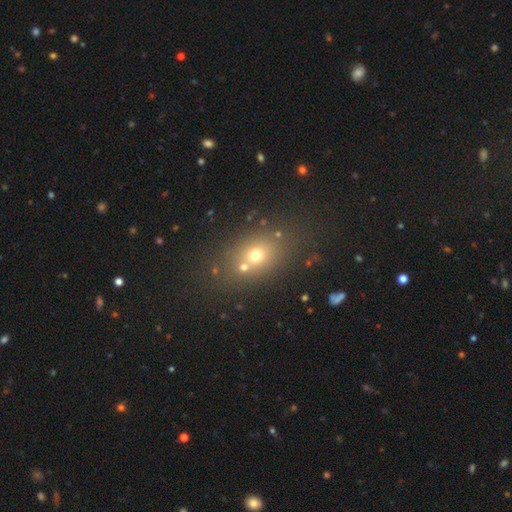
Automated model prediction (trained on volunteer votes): Overall: smooth (64%). How rounded: in between (53%; round 45%). Merging: none (64%).